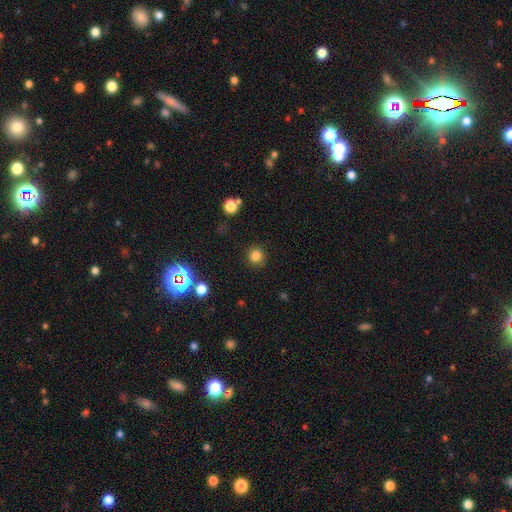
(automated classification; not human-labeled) smooth_or_featured: smooth (p=0.81) [alt: star or artifact p=0.15]
how_rounded: round (p=0.88) [alt: in between p=0.11]
merging: none (p=0.87) [alt: minor disturbance p=0.08]